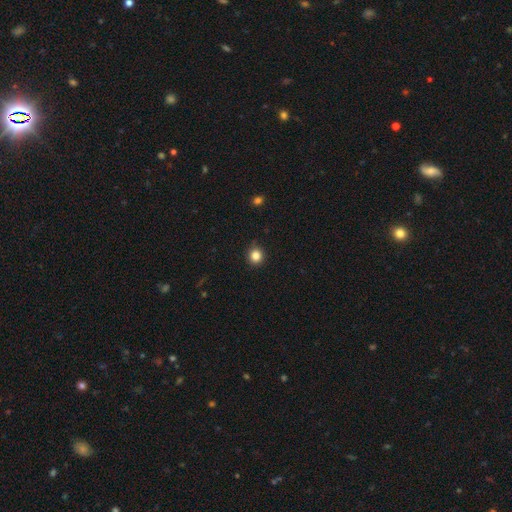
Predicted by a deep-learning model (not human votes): smooth-or-featured: smooth: 84% | star or artifact: 12% | featured or disk: 4%
  how-rounded: round: 92% | in between: 7% | cigar-shaped: 1%
  merging: none: 87% | minor disturbance: 10% | major disturbance: 2% | merger: 1%